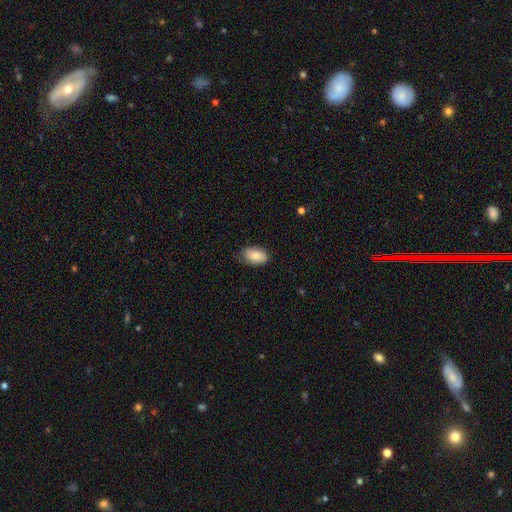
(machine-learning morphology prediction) smooth-or-featured: smooth: 82% | featured or disk: 11% | star or artifact: 7%
  how-rounded: in between: 91% | round: 7% | cigar-shaped: 2%
  merging: none: 77% | minor disturbance: 19% | major disturbance: 3% | merger: 1%